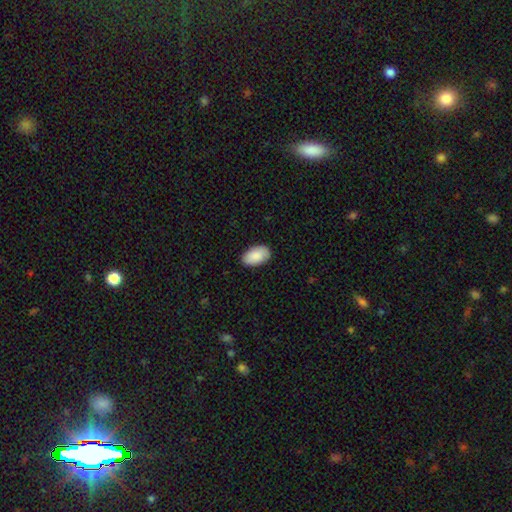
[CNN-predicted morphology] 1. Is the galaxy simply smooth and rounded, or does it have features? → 89% smooth, 6% star or artifact, 5% featured or disk.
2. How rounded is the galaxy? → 95% in between, 4% round, 1% cigar-shaped.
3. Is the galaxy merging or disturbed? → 88% none, 9% minor disturbance, 2% major disturbance, 1% merger.